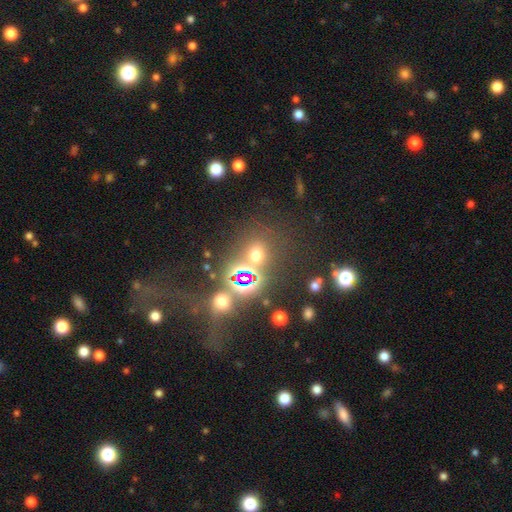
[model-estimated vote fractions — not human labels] Overall: smooth (49%; star or artifact 42%). Merging: none (67%).